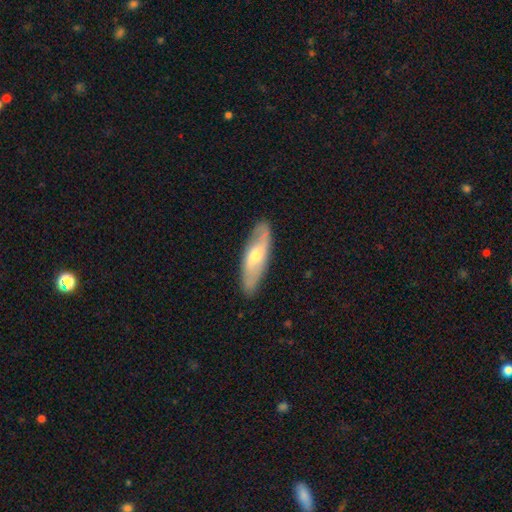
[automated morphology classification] type=featured or disk (57%); edge-on=no (75%); merging=none (85%).